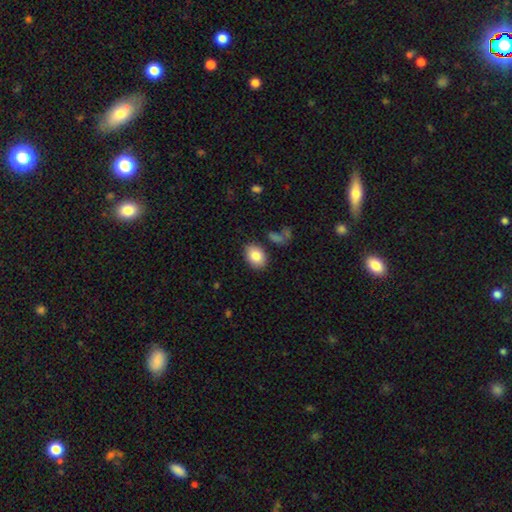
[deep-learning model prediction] Smooth or featured? smooth (83%)
How rounded? in between (78%)
Merging? none (84%)